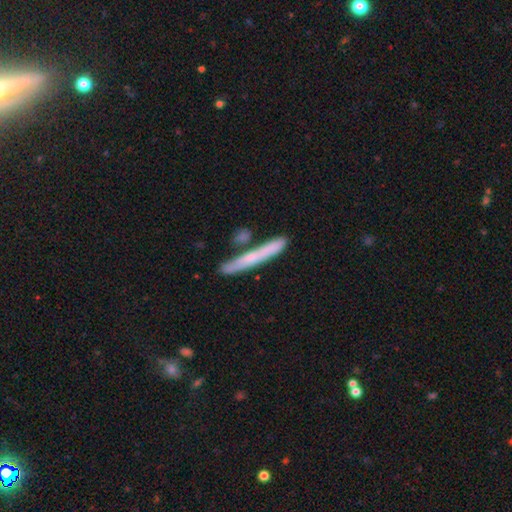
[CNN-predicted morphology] smooth_or_featured: smooth (p=0.53) [alt: featured or disk p=0.40]
how_rounded: cigar-shaped (p=0.94) [alt: in between p=0.04]
merging: none (p=0.74) [alt: minor disturbance p=0.12]